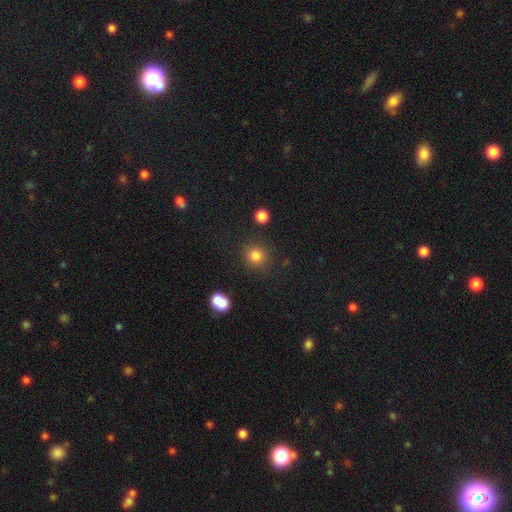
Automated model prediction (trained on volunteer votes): Smooth or featured? smooth (82%)
How rounded? round (89%)
Merging? none (86%)